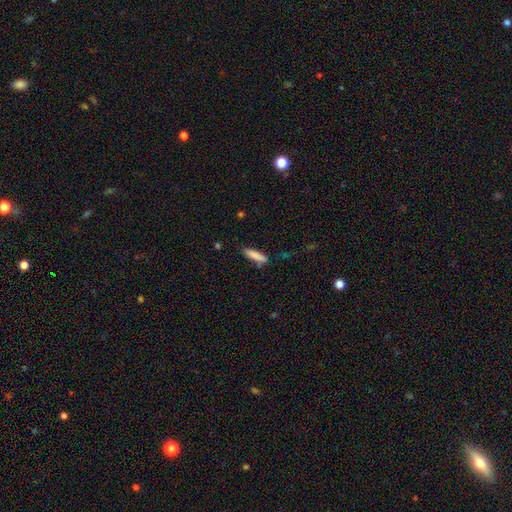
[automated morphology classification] Q: Smooth or featured?
A: smooth (85%); runner-up: featured or disk (8%)
Q: How rounded?
A: cigar-shaped (78%); runner-up: in between (20%)
Q: Merging?
A: none (81%); runner-up: minor disturbance (13%)